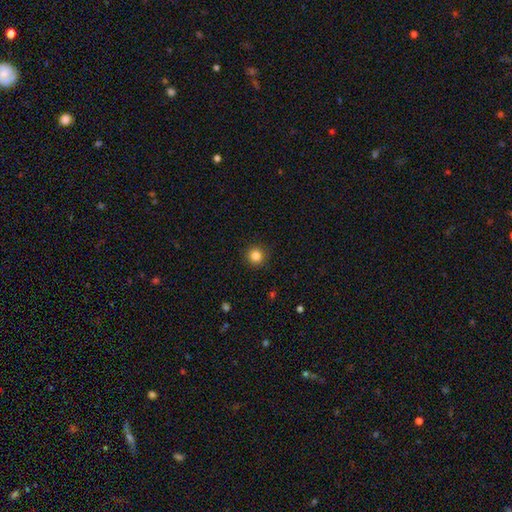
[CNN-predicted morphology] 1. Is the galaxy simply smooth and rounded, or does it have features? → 84% smooth, 11% star or artifact, 4% featured or disk.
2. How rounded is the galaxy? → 94% round, 5% in between, 1% cigar-shaped.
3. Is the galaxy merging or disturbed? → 91% none, 6% minor disturbance, 2% major disturbance, 1% merger.